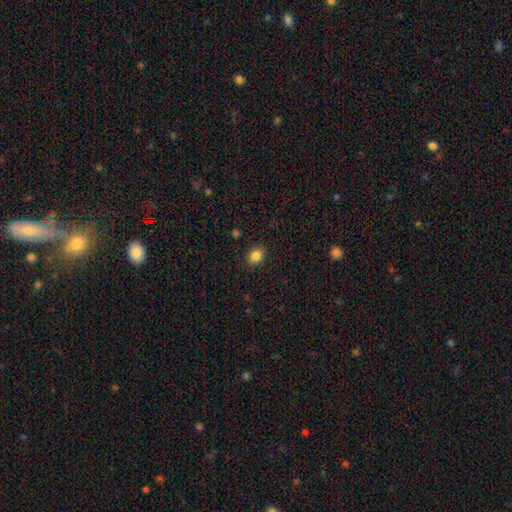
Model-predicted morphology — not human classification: This is clearly a smooth galaxy (85%). How rounded: likely in between (64%). Merging: clearly none (88%).